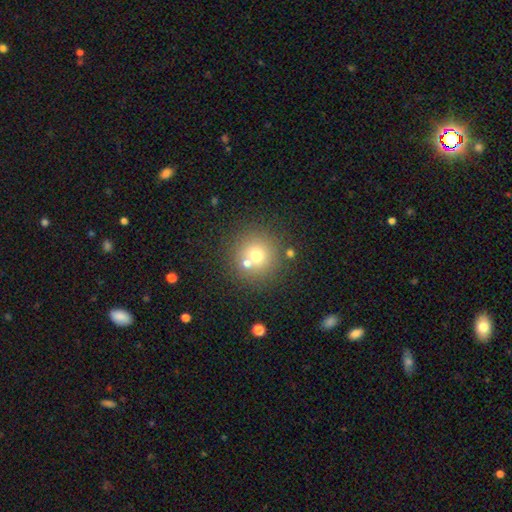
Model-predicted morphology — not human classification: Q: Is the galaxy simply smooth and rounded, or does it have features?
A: smooth — 69%.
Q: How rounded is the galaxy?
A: round — 94%.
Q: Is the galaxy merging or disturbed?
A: none — 70%.